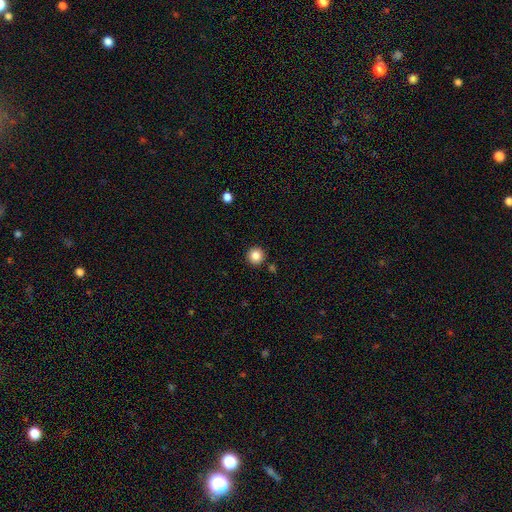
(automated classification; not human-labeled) Smooth or featured? smooth (85%)
How rounded? round (95%)
Merging? none (91%)